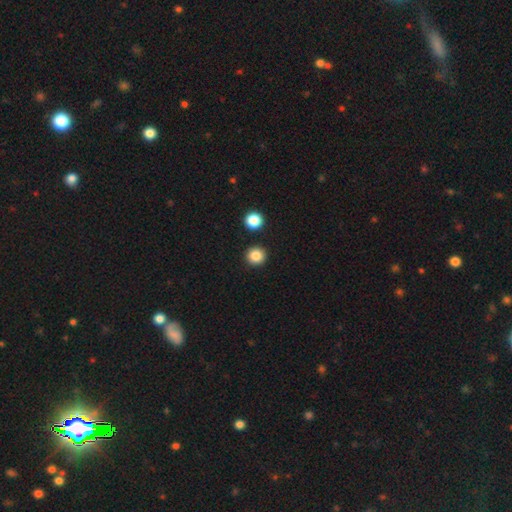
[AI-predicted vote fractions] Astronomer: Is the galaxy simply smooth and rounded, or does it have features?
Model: smooth — 85%.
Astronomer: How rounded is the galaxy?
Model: round — 94%.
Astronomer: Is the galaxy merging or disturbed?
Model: none — 91%.